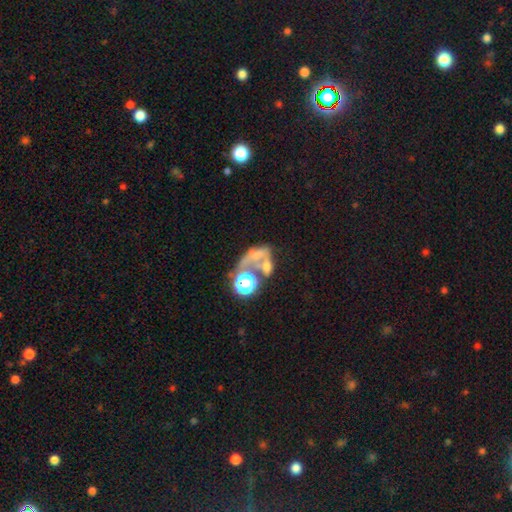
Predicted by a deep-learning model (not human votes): A smooth galaxy with no disk features (42%). Merging: merger (50%).